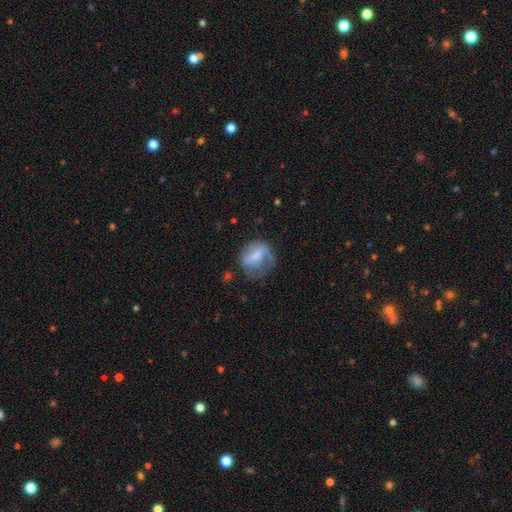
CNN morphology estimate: featured or disk 46%, smooth 45%, star or artifact 9%. Down the decision tree: merging — none (49%).